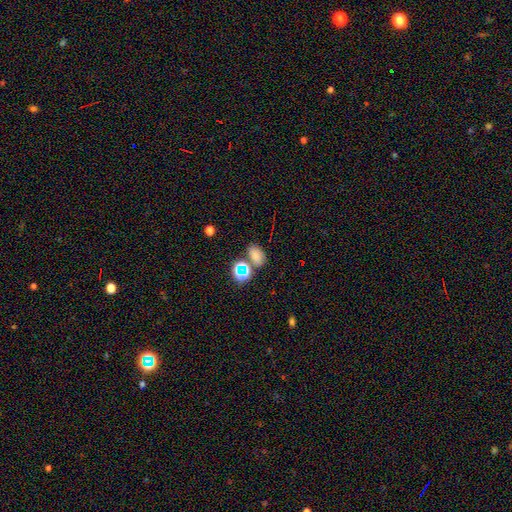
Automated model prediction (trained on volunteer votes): Smooth or featured? smooth (66%)
How rounded? in between (80%)
Merging? none (62%)